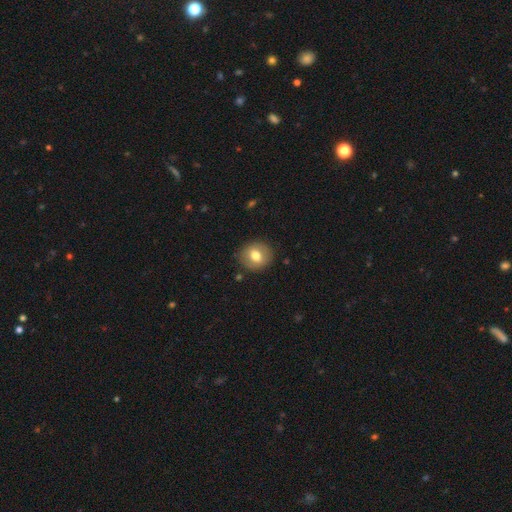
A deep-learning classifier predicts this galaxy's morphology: The model was most divided on "smooth or featured": smooth: 71%, featured or disk: 21%, star or artifact: 8%. More confident: merging — none (87%); how rounded — round (76%).